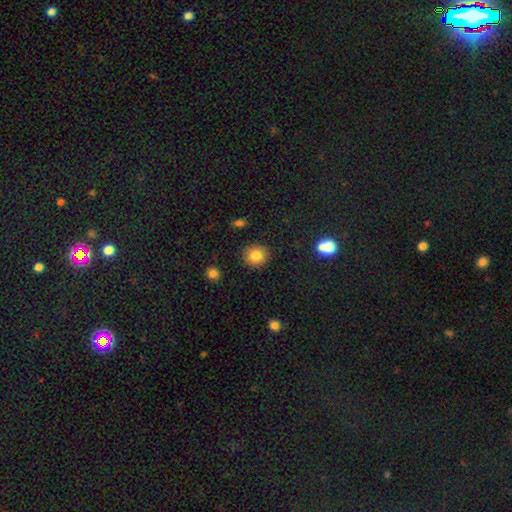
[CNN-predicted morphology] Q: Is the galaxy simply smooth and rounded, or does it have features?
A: smooth — 82%.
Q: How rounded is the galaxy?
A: round — 88%.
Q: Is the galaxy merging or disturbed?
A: none — 90%.